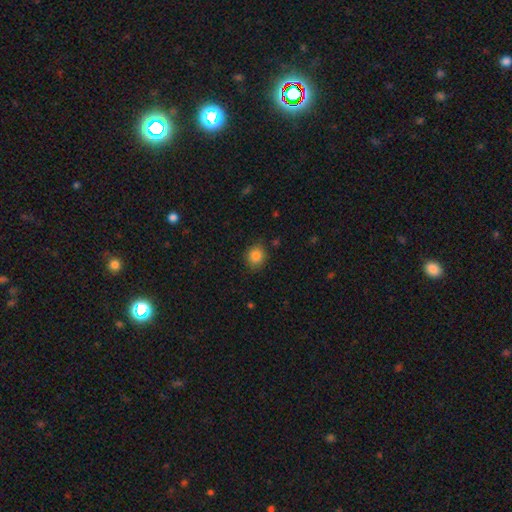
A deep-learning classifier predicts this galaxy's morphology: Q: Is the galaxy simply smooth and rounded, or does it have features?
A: smooth — 85%.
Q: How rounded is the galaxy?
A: round — 75%.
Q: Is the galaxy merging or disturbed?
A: none — 85%.